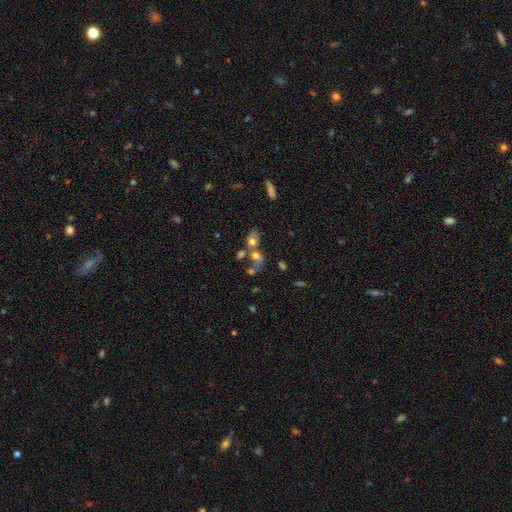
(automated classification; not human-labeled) Smooth or featured? Predicted: smooth (p=0.56). How rounded? Predicted: in between (p=0.50). Merging? Predicted: merger (p=0.67).